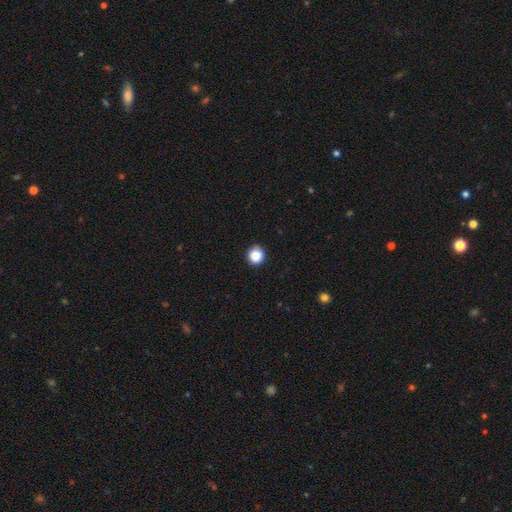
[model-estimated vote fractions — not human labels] Smooth or featured?
  - smooth: 87% *
  - star or artifact: 10%
  - featured or disk: 3%
How rounded?
  - round: 94% *
  - in between: 5%
  - cigar-shaped: 1%
Merging?
  - none: 91% *
  - minor disturbance: 7%
  - major disturbance: 2%
  - merger: 1%